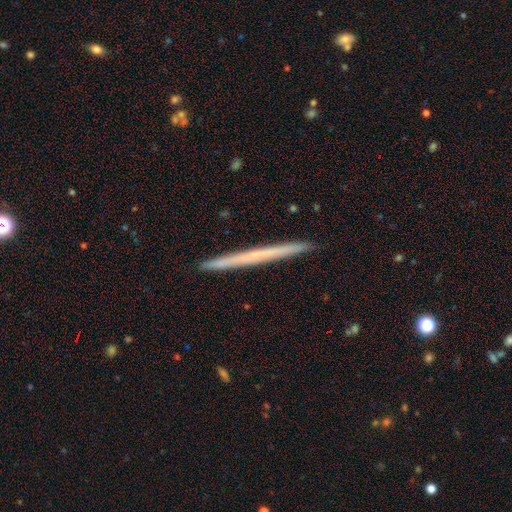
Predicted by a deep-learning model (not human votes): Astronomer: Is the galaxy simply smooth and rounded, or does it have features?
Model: smooth — 48% (runner-up: featured or disk, 46%).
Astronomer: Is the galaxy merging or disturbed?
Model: none — 93%.